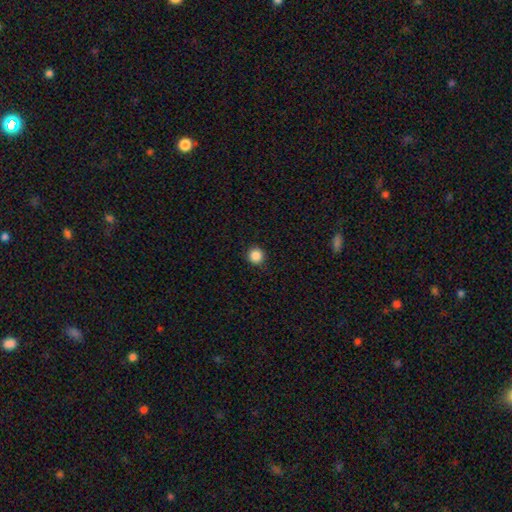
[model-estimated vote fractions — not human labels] Morphology: type=smooth (87%); roundness=round (95%); merging=none (92%).